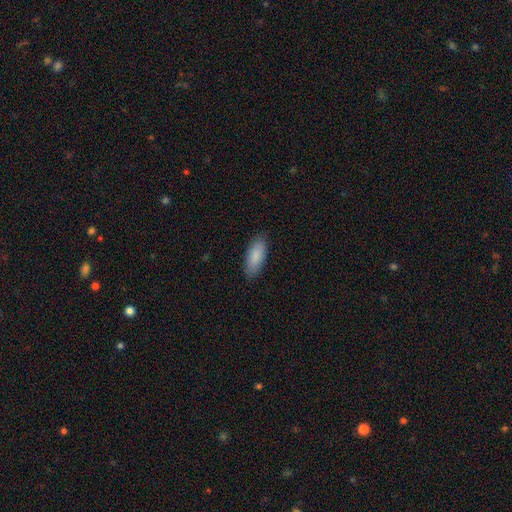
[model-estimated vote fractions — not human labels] A smooth galaxy with no disk features (88%) that is in between round and cigar-shaped (81%). Merging: none (86%).